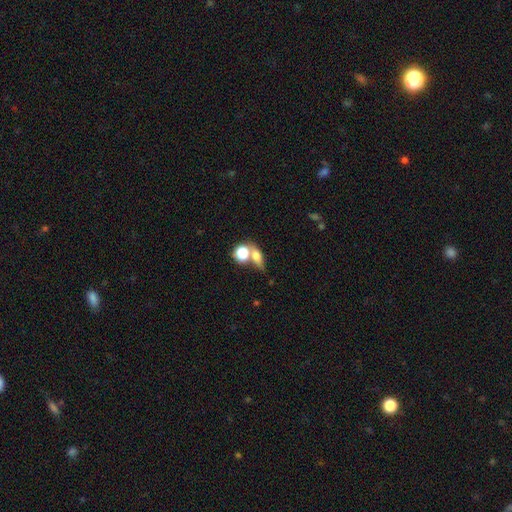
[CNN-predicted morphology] Smooth or featured: smooth — 68% (featured or disk — 19%)
How rounded: in between — 50% (round — 35%)
Merging: merger — 42% (none — 40%)